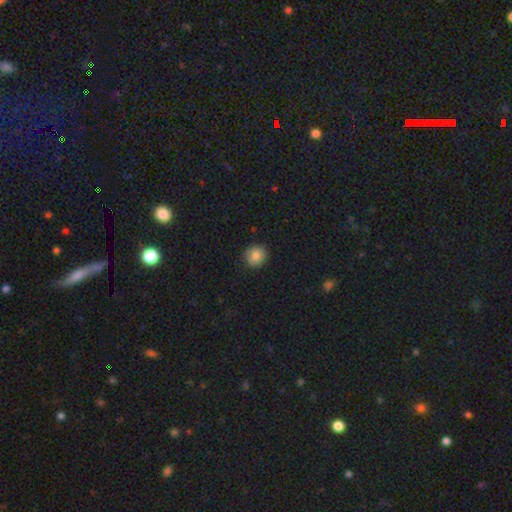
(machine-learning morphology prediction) Smooth or featured?
  - smooth: 81% *
  - star or artifact: 10%
  - featured or disk: 9%
How rounded?
  - round: 88% *
  - in between: 12%
  - cigar-shaped: 1%
Merging?
  - none: 87% *
  - minor disturbance: 10%
  - major disturbance: 2%
  - merger: 1%